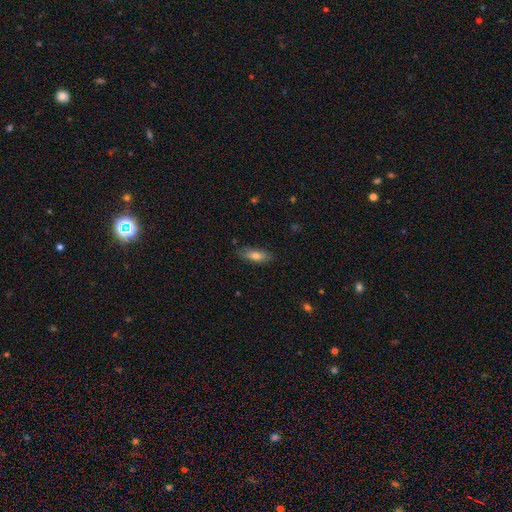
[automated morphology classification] The model was most divided on "how rounded": in between: 61%, cigar-shaped: 36%, round: 3%. More confident: merging — none (82%); smooth or featured — smooth (71%).